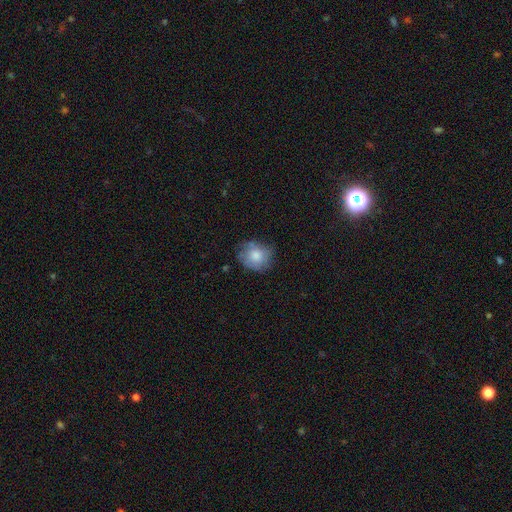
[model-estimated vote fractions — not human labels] The model was most divided on "merging": none: 61%, minor disturbance: 28%, major disturbance: 9%, merger: 2%. More confident: smooth or featured — smooth (73%); how rounded — round (73%).